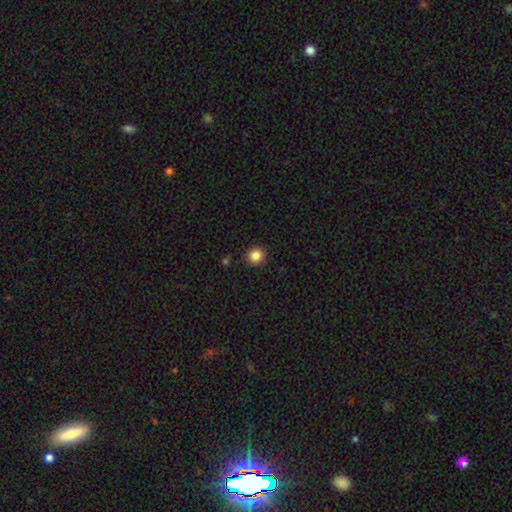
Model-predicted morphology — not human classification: smooth 86%, star or artifact 11%, featured or disk 4%. Down the decision tree: how rounded — round (91%); merging — none (91%).